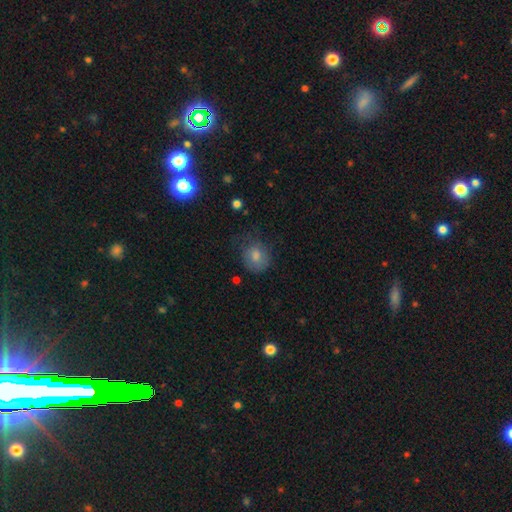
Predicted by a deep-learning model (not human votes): A smooth galaxy with no disk features (70%) that is round (71%).

Vote fractions:
- Smooth or featured? smooth: 70% / featured or disk: 17% / star or artifact: 14%
- How rounded? round: 71% / in between: 28% / cigar-shaped: 1%
- Merging? none: 62% / minor disturbance: 25% / major disturbance: 11% / merger: 2%